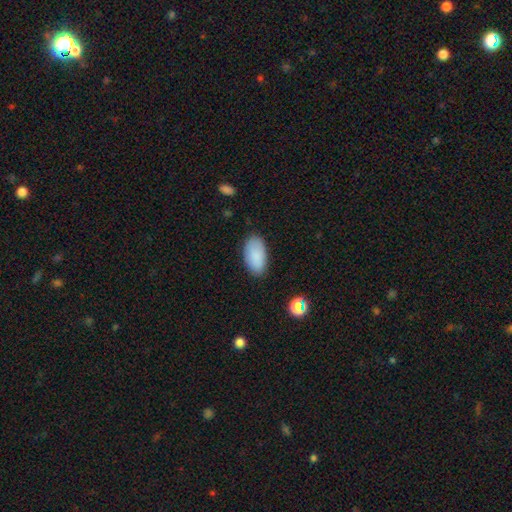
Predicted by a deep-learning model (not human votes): A smooth galaxy with no disk features (87%) that is in between round and cigar-shaped (95%).

Vote fractions:
- Smooth or featured? smooth: 87% / star or artifact: 7% / featured or disk: 5%
- How rounded? in between: 95% / round: 3% / cigar-shaped: 2%
- Merging? none: 84% / minor disturbance: 12% / major disturbance: 3% / merger: 1%